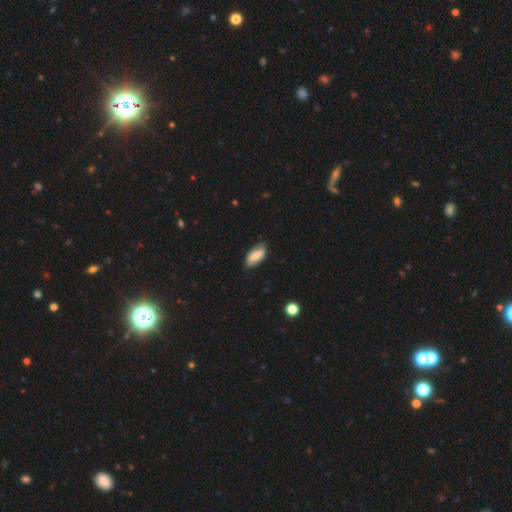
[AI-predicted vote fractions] A smooth galaxy with no disk features (73%) that is in between round and cigar-shaped (84%).

Vote fractions:
- Smooth or featured? smooth: 73% / featured or disk: 20% / star or artifact: 6%
- How rounded? in between: 84% / cigar-shaped: 14% / round: 2%
- Merging? none: 78% / minor disturbance: 18% / major disturbance: 3% / merger: 1%